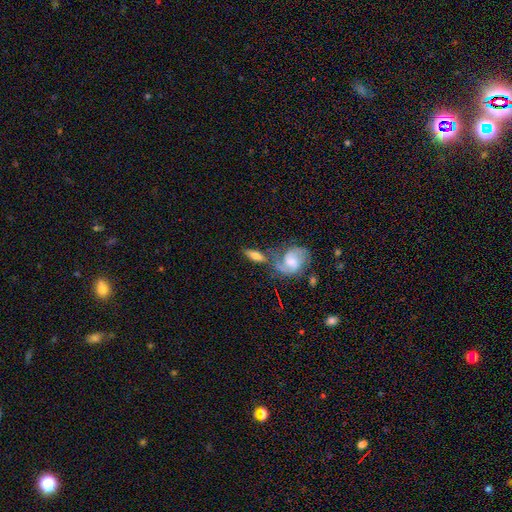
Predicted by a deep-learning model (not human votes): smooth_or_featured: smooth (p=0.47) [alt: featured or disk p=0.45]
merging: none (p=0.49) [alt: merger p=0.28]